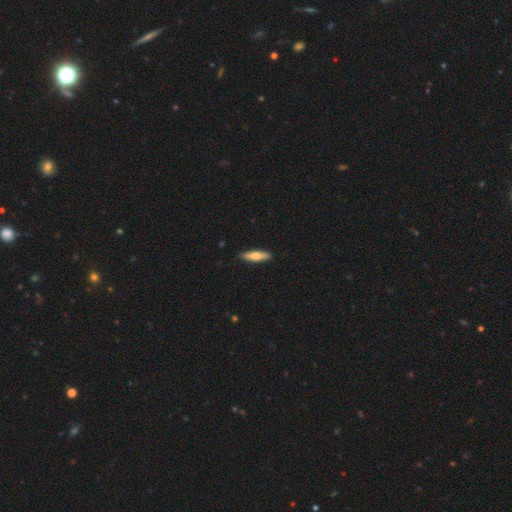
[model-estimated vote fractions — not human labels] Overall: smooth (69%). How rounded: cigar-shaped (64%; in between 34%). Merging: none (90%).